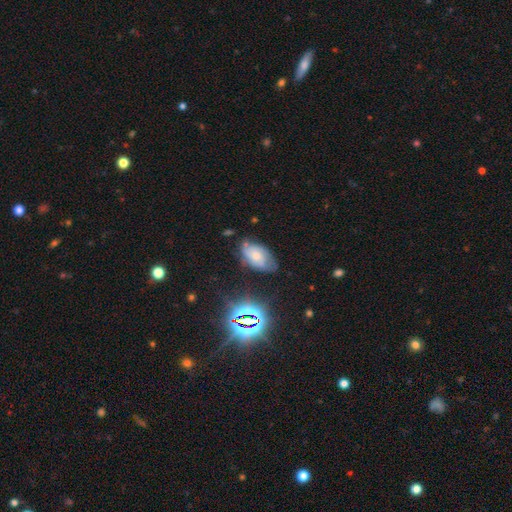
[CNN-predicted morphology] Q: Smooth or featured?
A: featured or disk (46%); runner-up: smooth (40%)
Q: Merging?
A: none (58%); runner-up: minor disturbance (29%)